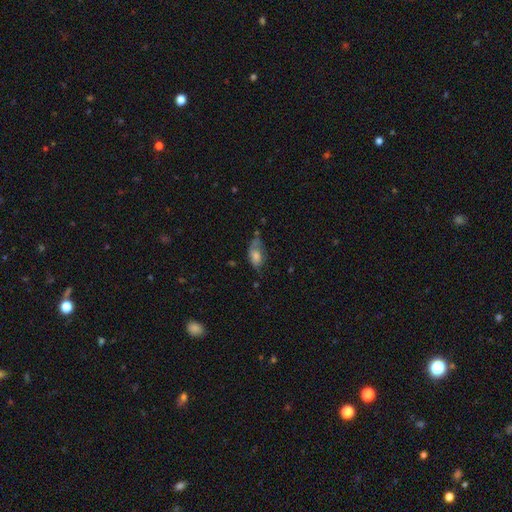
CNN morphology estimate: This appears to be a smooth galaxy with no disk features (61%) that is in between round and cigar-shaped (87%). Merging: none (38%).